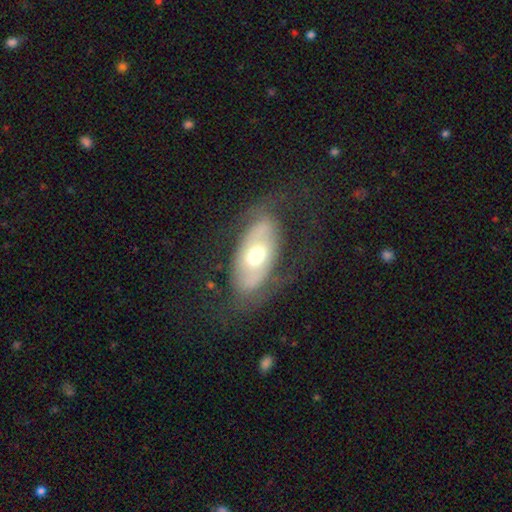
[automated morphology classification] featured or disk 51%, smooth 42%, star or artifact 7%. Down the decision tree: edge-on disk — no (84%); merging — none (60%).